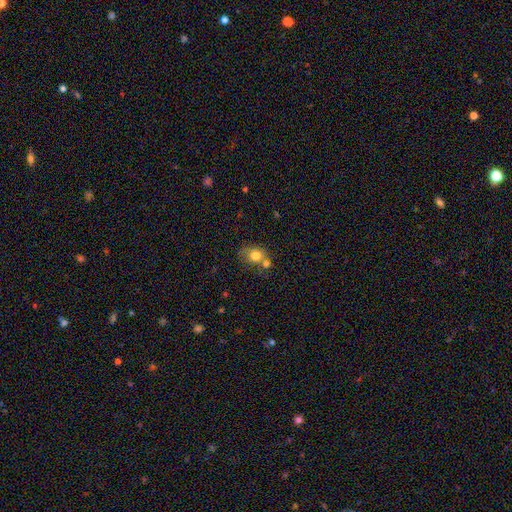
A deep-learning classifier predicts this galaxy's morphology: Smooth or featured? smooth (77%)
How rounded? round (62%)
Merging? none (44%)